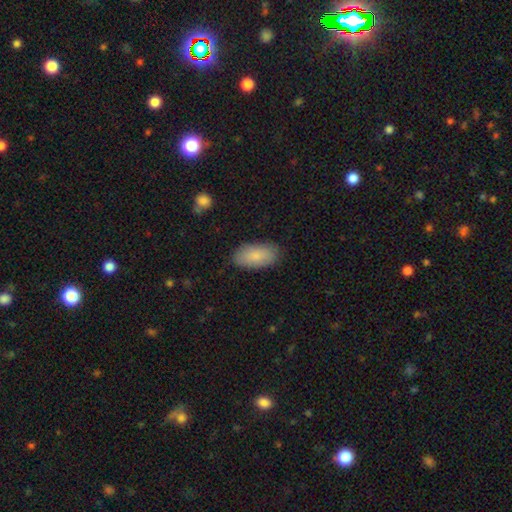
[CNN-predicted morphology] Smooth or featured? smooth (86%)
How rounded? in between (94%)
Merging? none (86%)